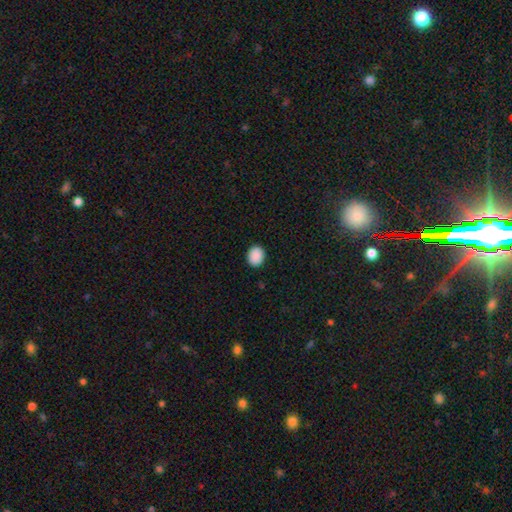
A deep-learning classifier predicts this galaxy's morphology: Overall: smooth (90%). How rounded: round (56%; in between 43%). Merging: none (91%).